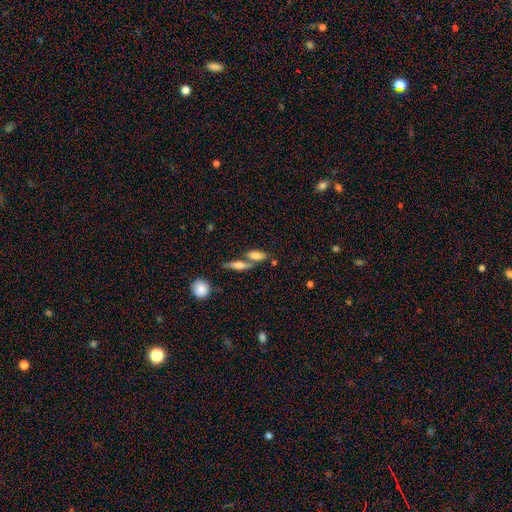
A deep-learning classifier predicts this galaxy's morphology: This appears to be a smooth galaxy with no disk features (66%) that is in between round and cigar-shaped (64%). Merging: none (48%).